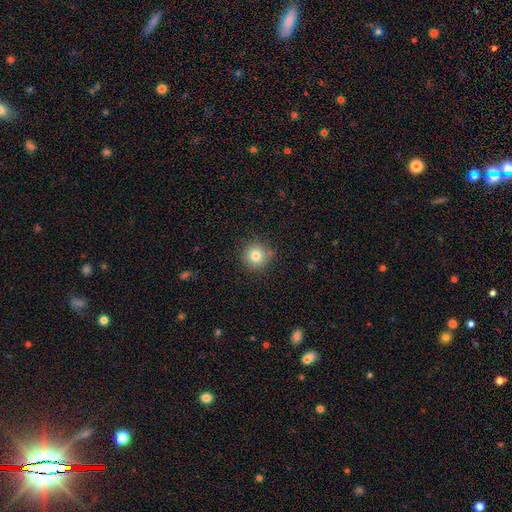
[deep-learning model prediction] Smooth or featured? Predicted: smooth (p=0.80). How rounded? Predicted: round (p=0.93). Merging? Predicted: none (p=0.83).